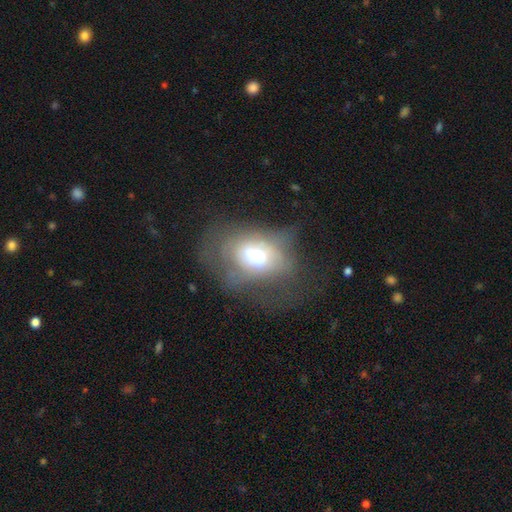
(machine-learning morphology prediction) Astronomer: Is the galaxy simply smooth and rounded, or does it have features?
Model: smooth — 45% (runner-up: featured or disk, 44%).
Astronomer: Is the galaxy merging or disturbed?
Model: major disturbance — 39% (runner-up: none, 34%).